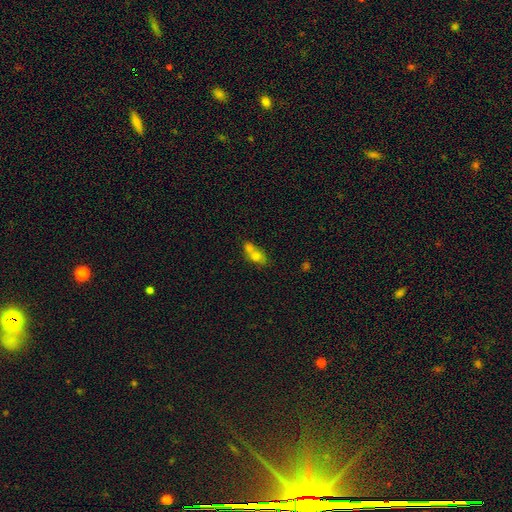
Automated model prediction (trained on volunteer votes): Smooth or featured: smooth — 68% (featured or disk — 21%)
How rounded: in between — 58% (round — 37%)
Merging: merger — 65% (none — 24%)